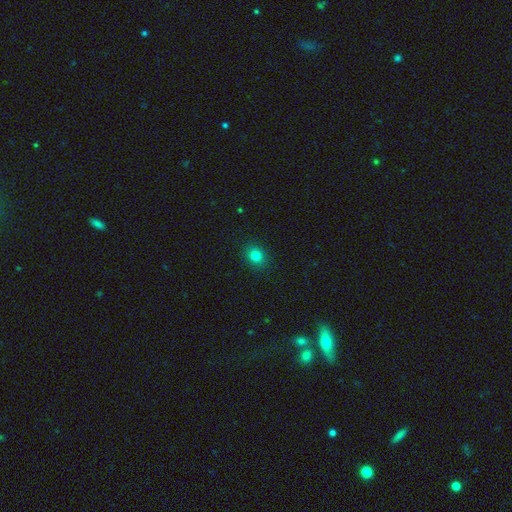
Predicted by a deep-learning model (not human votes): Morphology: type=smooth (81%); roundness=round (64%); merging=none (90%).